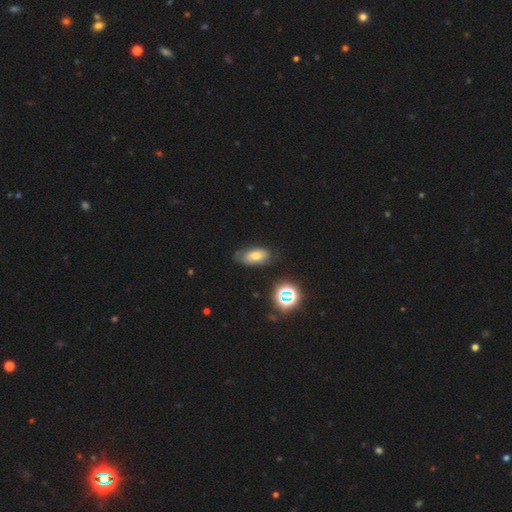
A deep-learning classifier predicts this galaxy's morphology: Smooth or featured: smooth — 67% (featured or disk — 18%)
How rounded: in between — 89% (round — 6%)
Merging: none — 70% (minor disturbance — 22%)